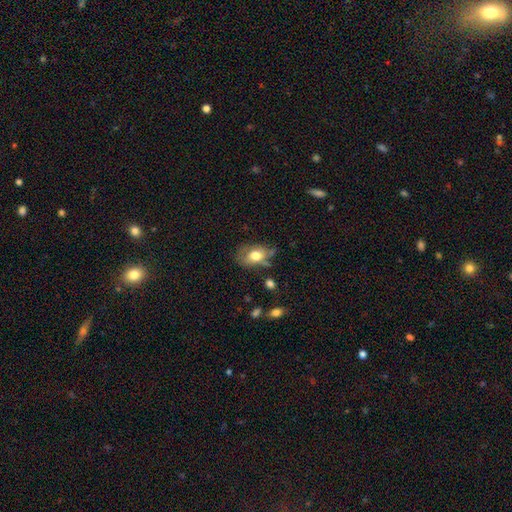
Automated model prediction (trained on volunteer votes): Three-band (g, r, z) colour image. It shows a smooth galaxy with no disk features (70%) that is in between round and cigar-shaped (83%). Merging: none (48%).